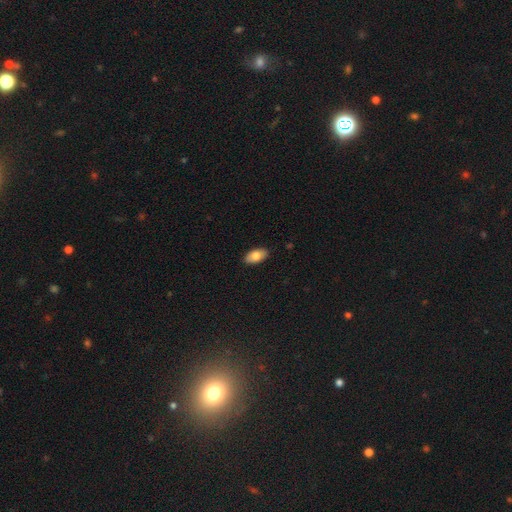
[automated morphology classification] Q: Smooth or featured?
A: smooth (81%); runner-up: featured or disk (13%)
Q: How rounded?
A: in between (94%); runner-up: cigar-shaped (3%)
Q: Merging?
A: none (89%); runner-up: minor disturbance (8%)